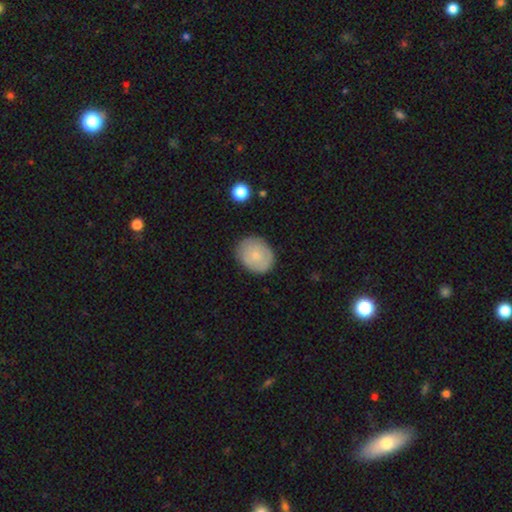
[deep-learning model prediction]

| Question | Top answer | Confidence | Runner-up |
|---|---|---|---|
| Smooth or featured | smooth | 74% | featured or disk (19%) |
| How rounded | round | 58% | in between (41%) |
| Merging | none | 81% | minor disturbance (14%) |